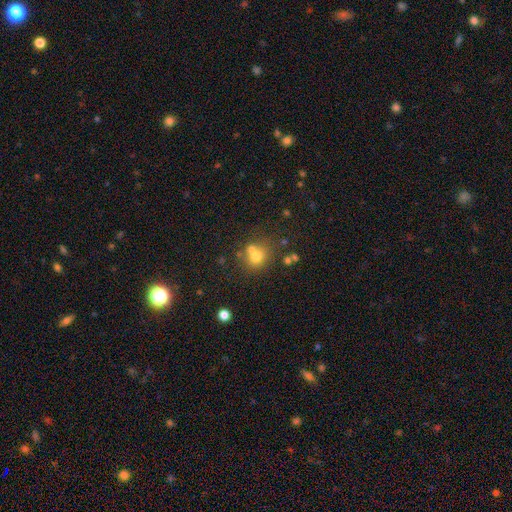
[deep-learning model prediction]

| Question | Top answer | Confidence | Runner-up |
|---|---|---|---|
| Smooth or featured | smooth | 67% | star or artifact (17%) |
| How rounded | round | 79% | in between (20%) |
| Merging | none | 54% | merger (31%) |